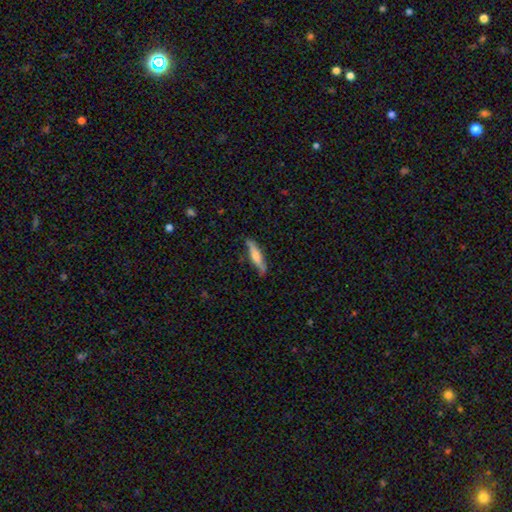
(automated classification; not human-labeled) Smooth or featured? Predicted: smooth (p=0.53). How rounded? Predicted: cigar-shaped (p=0.83). Merging? Predicted: none (p=0.82).